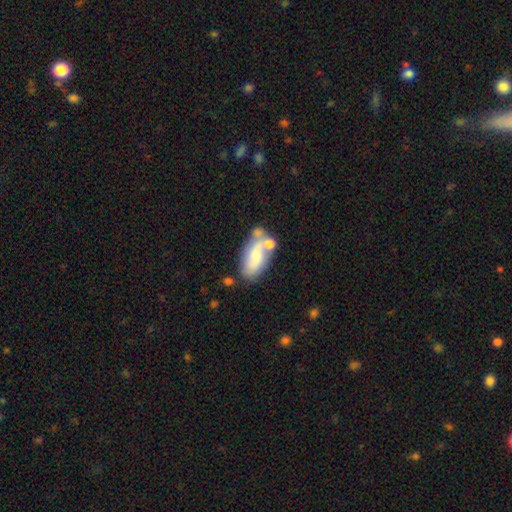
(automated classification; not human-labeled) Overall: smooth (54%; featured or disk 38%). How rounded: in between (87%). Merging: none (38%; merger 31%).